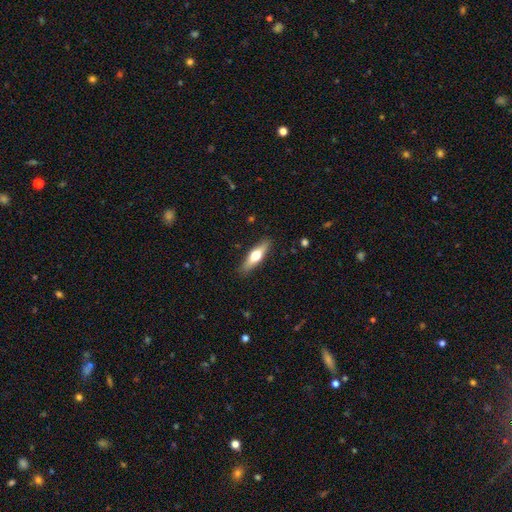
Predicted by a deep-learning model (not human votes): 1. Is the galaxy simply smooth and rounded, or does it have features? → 49% smooth, 45% featured or disk, 6% star or artifact.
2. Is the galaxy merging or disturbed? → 89% none, 9% minor disturbance, 2% major disturbance, 1% merger.